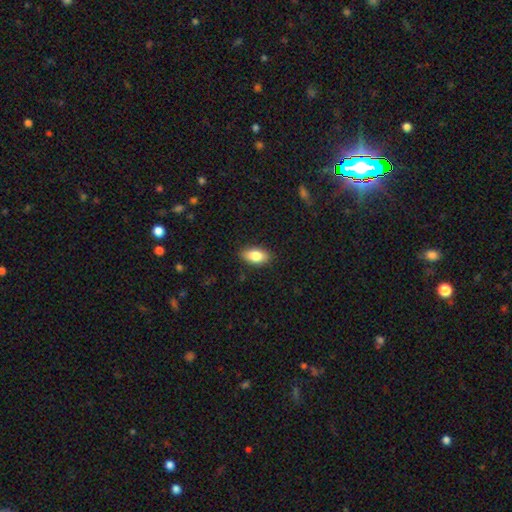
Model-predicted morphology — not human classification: smooth_or_featured: smooth (p=0.82) [alt: featured or disk p=0.11]
how_rounded: in between (p=0.90) [alt: round p=0.05]
merging: none (p=0.87) [alt: minor disturbance p=0.10]